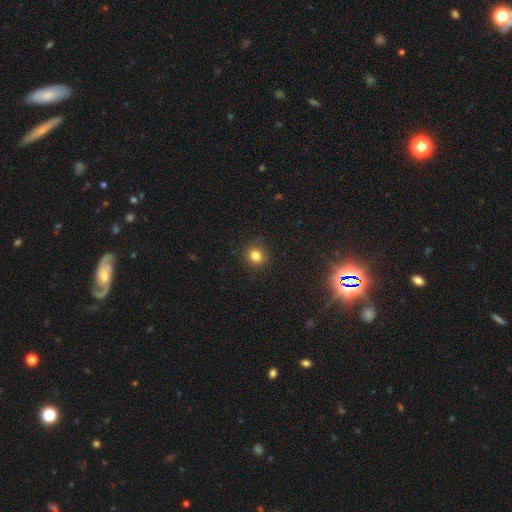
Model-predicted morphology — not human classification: A smooth galaxy with no disk features (83%) that is round (83%).

Vote fractions:
- Smooth or featured? smooth: 83% / star or artifact: 12% / featured or disk: 5%
- How rounded? round: 83% / in between: 16% / cigar-shaped: 1%
- Merging? none: 89% / minor disturbance: 8% / major disturbance: 2% / merger: 1%